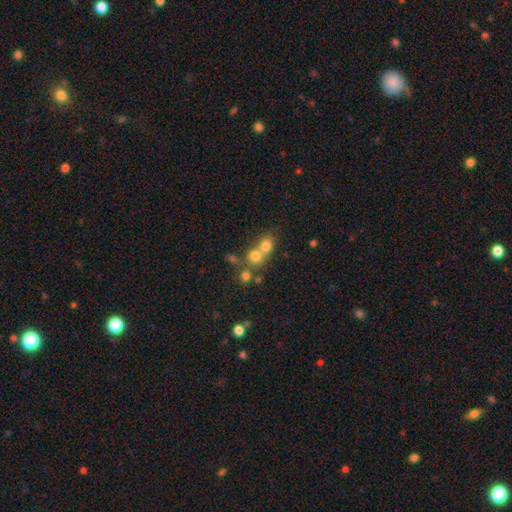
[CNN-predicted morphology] smooth 71%, star or artifact 15%, featured or disk 14%. Down the decision tree: how rounded — round (79%); merging — merger (57%).